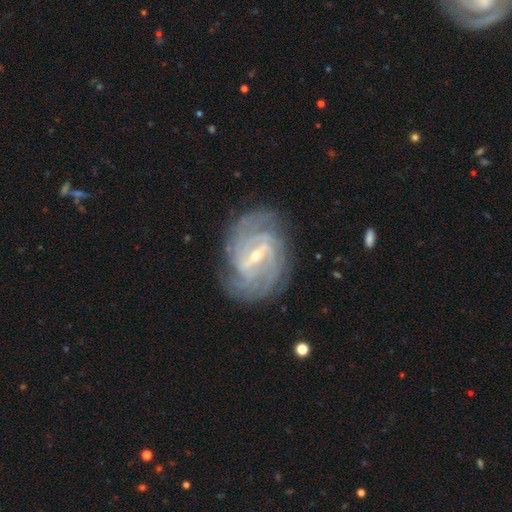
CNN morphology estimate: A featured or disk galaxy (90%) with a strong bar (54%), tight (62%) spiral arms (97%) and a small central bulge (67%).

Vote fractions:
- Smooth or featured? featured or disk: 90% / star or artifact: 5% / smooth: 5%
- Edge-on disk? no: 96% / yes: 4%
- Bar? strong: 54% / weak: 38% / no: 8%
- Spiral arms? yes: 97% / no: 3%
- Spiral winding? tight: 62% / medium: 30% / loose: 8%
- Spiral arm count? can't tell: 26% / 2: 21% / 4: 21% / 3: 17% / more than 4: 8% / 1: 6%
- Bulge size? small: 67% / moderate: 29% / large: 1% / none: 1% / dominant: 1%
- Merging? none: 78% / minor disturbance: 15% / major disturbance: 6% / merger: 1%